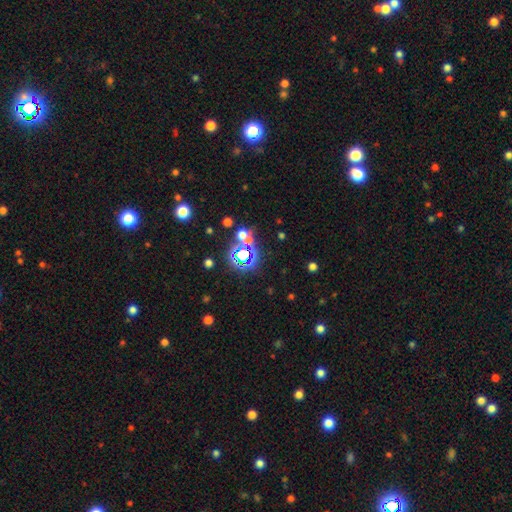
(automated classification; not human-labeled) A star or artifact, not a galaxy (73%).

Vote fractions:
- Smooth or featured? star or artifact: 73% / smooth: 18% / featured or disk: 9%